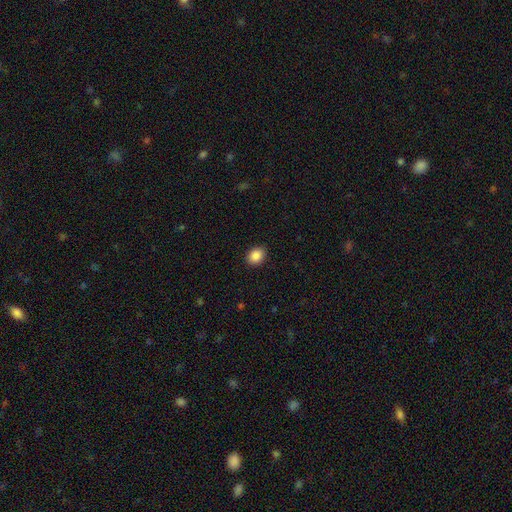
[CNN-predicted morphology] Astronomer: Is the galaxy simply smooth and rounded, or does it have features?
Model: smooth — 88%.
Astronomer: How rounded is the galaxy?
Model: in between — 56% (runner-up: round, 43%).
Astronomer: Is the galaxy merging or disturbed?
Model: none — 90%.